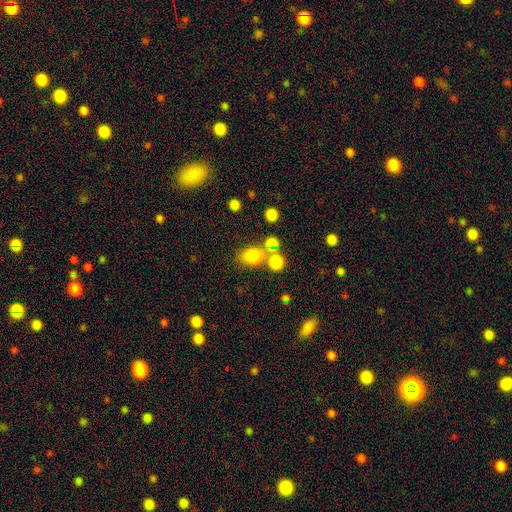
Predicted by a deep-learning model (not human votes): A smooth galaxy with no disk features (80%) that is in between round and cigar-shaped (62%). Merging: none (56%).